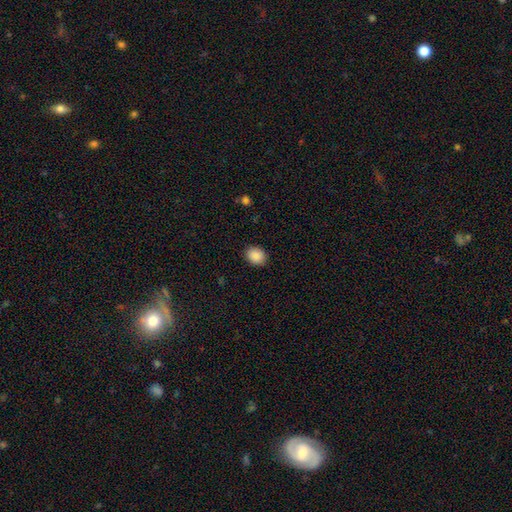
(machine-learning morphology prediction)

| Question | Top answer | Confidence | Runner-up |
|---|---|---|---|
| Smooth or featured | smooth | 89% | star or artifact (8%) |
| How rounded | round | 51% | in between (48%) |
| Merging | none | 89% | minor disturbance (8%) |